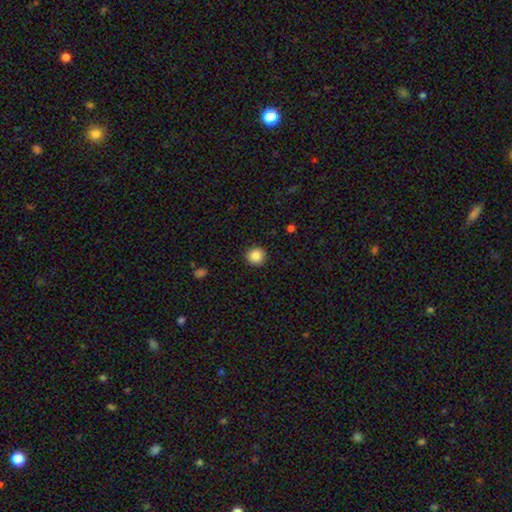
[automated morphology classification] Q: Smooth or featured?
A: smooth (86%); runner-up: star or artifact (9%)
Q: How rounded?
A: round (93%); runner-up: in between (6%)
Q: Merging?
A: none (92%); runner-up: minor disturbance (5%)